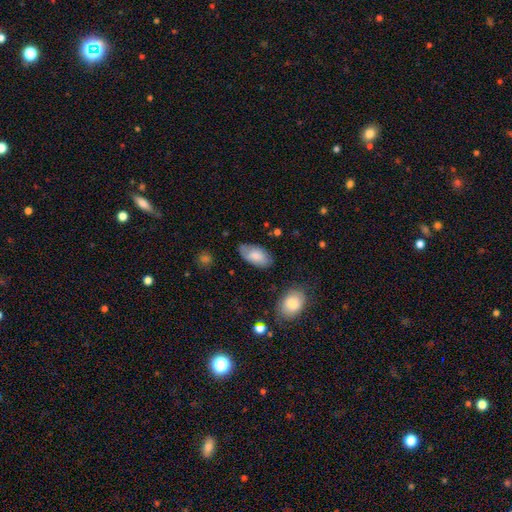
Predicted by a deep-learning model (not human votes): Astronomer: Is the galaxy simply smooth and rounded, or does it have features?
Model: smooth — 76%.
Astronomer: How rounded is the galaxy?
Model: in between — 95%.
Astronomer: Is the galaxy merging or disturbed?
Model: none — 74%.